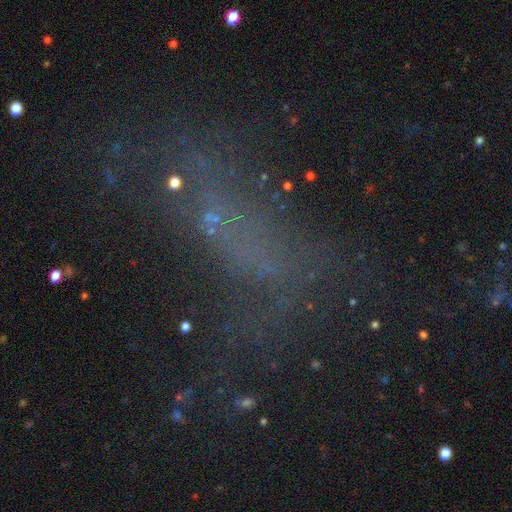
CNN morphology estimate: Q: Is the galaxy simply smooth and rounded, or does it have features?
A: star or artifact — 38%.